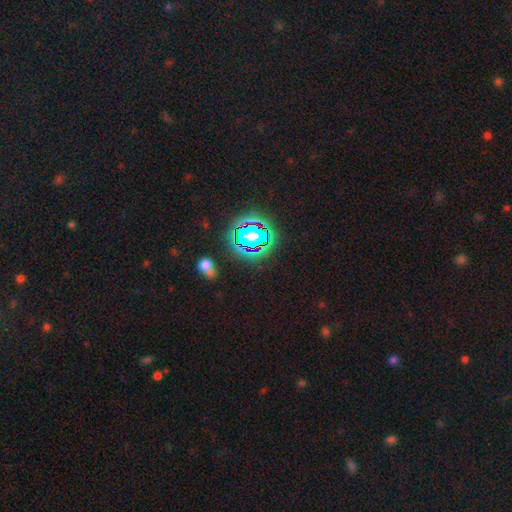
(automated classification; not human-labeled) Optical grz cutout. It shows a star or artifact, not a galaxy (80%).